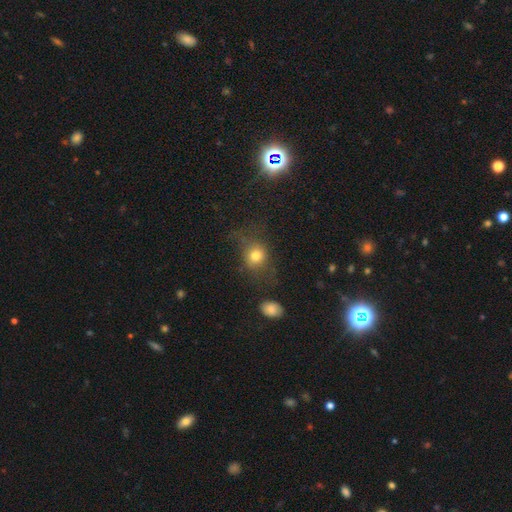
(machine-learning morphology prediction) Q: Smooth or featured?
A: smooth (74%); runner-up: star or artifact (13%)
Q: How rounded?
A: round (67%); runner-up: in between (31%)
Q: Merging?
A: none (55%); runner-up: major disturbance (20%)